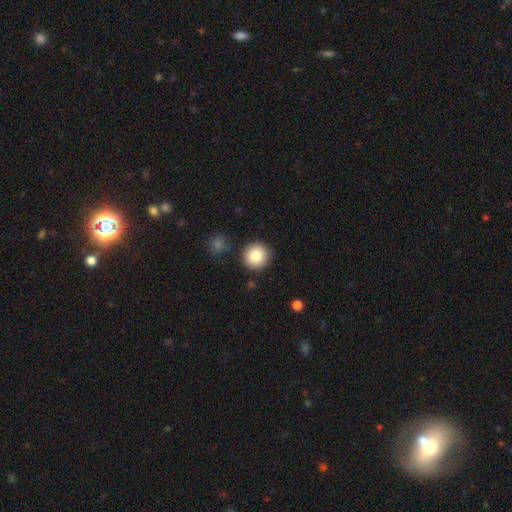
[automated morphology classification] Smooth or featured?
  - smooth: 84% *
  - star or artifact: 9%
  - featured or disk: 7%
How rounded?
  - round: 94% *
  - in between: 5%
  - cigar-shaped: 1%
Merging?
  - none: 88% *
  - minor disturbance: 7%
  - merger: 3%
  - major disturbance: 2%